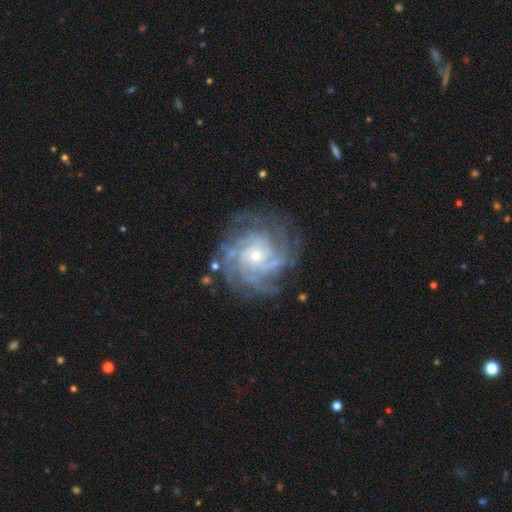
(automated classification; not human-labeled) This is clearly a featured or disk galaxy (90%). It is clearly not viewed edge-on (98%). Bar: likely no (77%). Spiral arm pattern: clearly yes (98%). Spiral arm count: marginally 4 (30%). Spiral winding: likely tight (75%). Central bulge: likely small (74%). Merging: likely none (78%).